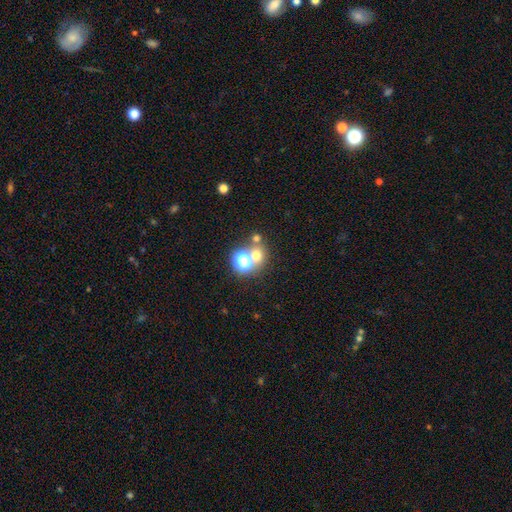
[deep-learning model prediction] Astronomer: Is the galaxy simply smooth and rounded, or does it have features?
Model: smooth — 60%.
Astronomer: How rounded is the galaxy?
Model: round — 84%.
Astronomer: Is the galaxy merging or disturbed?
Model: none — 57% (runner-up: merger, 32%).